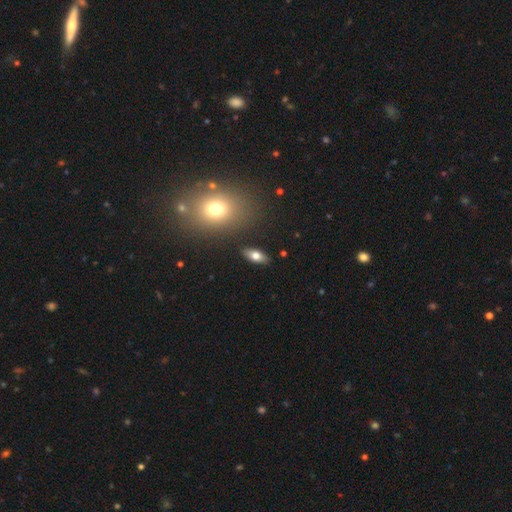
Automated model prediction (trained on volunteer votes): A smooth galaxy with no disk features (68%) that is in between round and cigar-shaped (82%). Merging: none (88%).